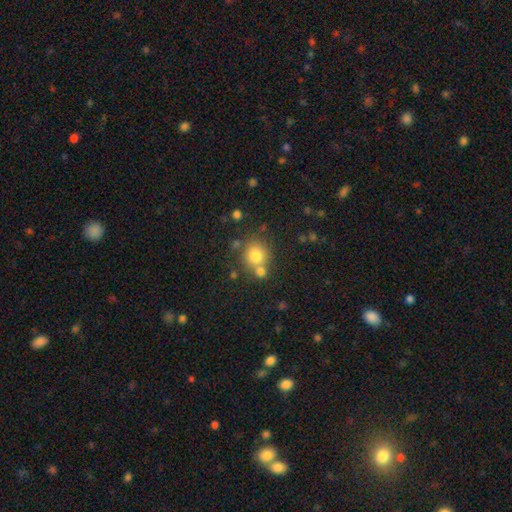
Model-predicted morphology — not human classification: smooth_or_featured: smooth (p=0.78) [alt: star or artifact p=0.12]
how_rounded: round (p=0.86) [alt: in between p=0.13]
merging: none (p=0.60) [alt: merger p=0.26]